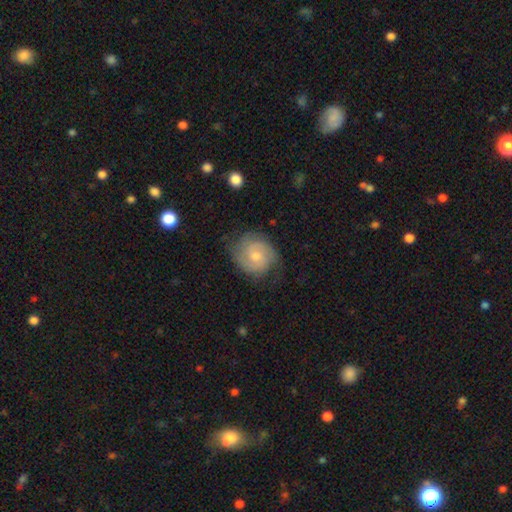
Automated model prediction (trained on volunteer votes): Overall: featured or disk (58%; smooth 35%). Edge-on disk: no (98%). Bar: no (65%; weak 31%). Spiral arms: yes (88%). Spiral arm count: 2 (62%). Spiral winding: tight (52%; medium 36%). Bulge size: moderate (52%; small 41%). Merging: none (67%).